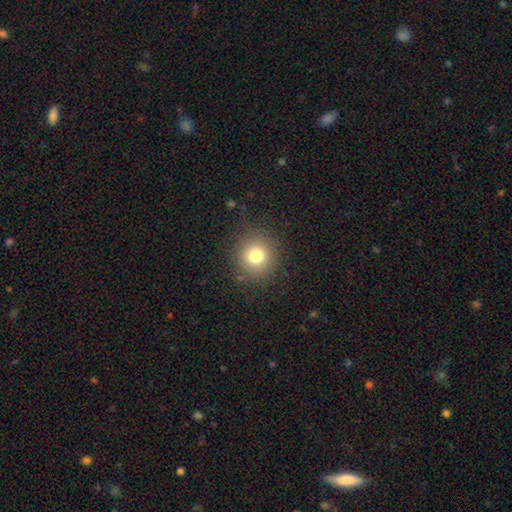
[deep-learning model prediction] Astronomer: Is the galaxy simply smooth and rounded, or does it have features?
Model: smooth — 77%.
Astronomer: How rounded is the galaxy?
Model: round — 91%.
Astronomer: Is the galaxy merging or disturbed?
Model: none — 86%.